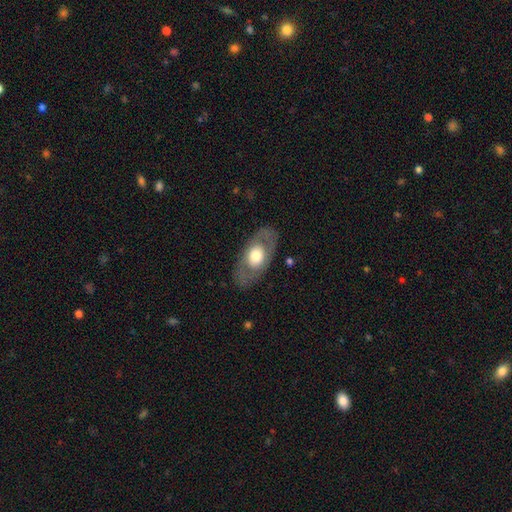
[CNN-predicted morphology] Smooth or featured: featured or disk — 48% (smooth — 47%)
Merging: none — 80% (minor disturbance — 12%)